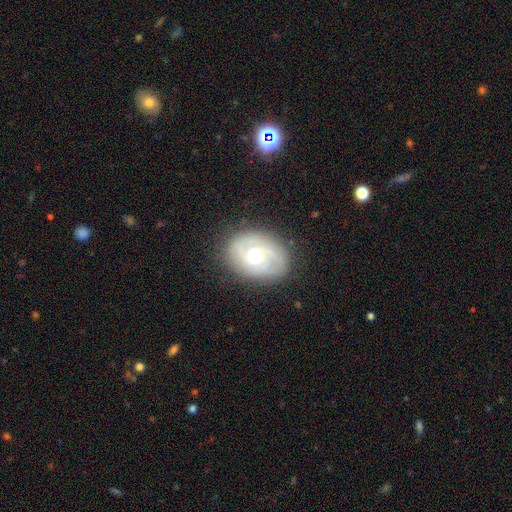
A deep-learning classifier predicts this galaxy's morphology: A featured or disk galaxy (79%) with no bar (61%), 2 (55%) tight (57%) spiral arms (93%) and a moderate central bulge (66%). Merging: none (82%).